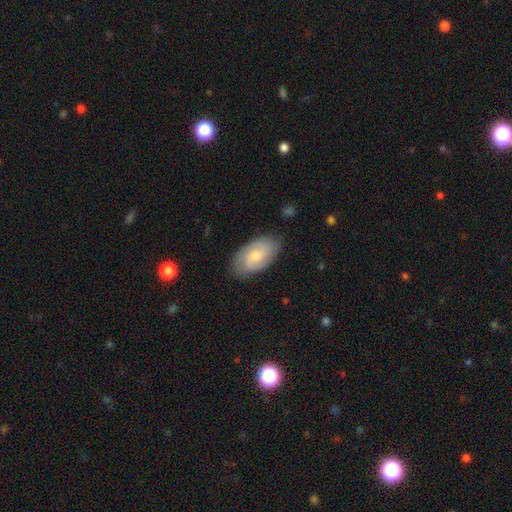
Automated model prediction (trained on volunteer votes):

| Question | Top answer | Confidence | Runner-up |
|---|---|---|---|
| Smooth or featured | featured or disk | 49% | smooth (45%) |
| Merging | none | 77% | minor disturbance (18%) |